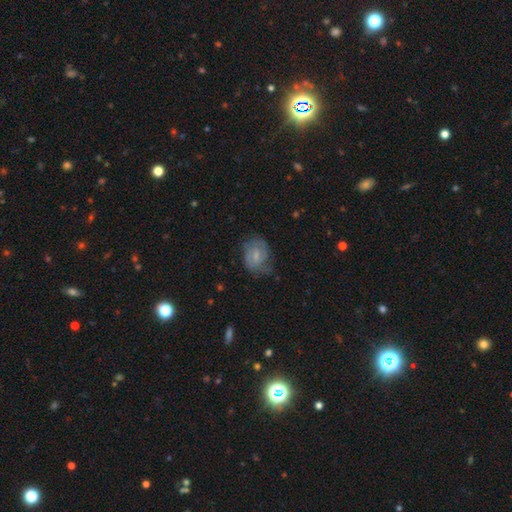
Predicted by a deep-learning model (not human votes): Smooth or featured? Predicted: featured or disk (p=0.56). Edge-on disk? Predicted: no (p=0.97). Bar? Predicted: weak (p=0.53). Spiral arms? Predicted: yes (p=0.81). Bulge size? Predicted: small (p=0.51). Merging? Predicted: none (p=0.56).